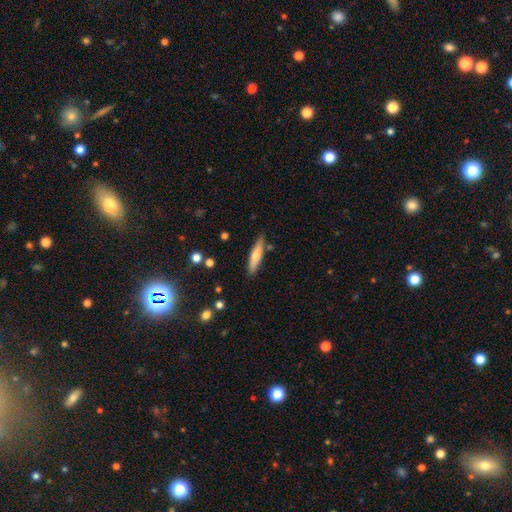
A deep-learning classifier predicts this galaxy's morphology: Q: Smooth or featured?
A: smooth (67%); runner-up: featured or disk (27%)
Q: How rounded?
A: cigar-shaped (78%); runner-up: in between (20%)
Q: Merging?
A: none (80%); runner-up: minor disturbance (13%)